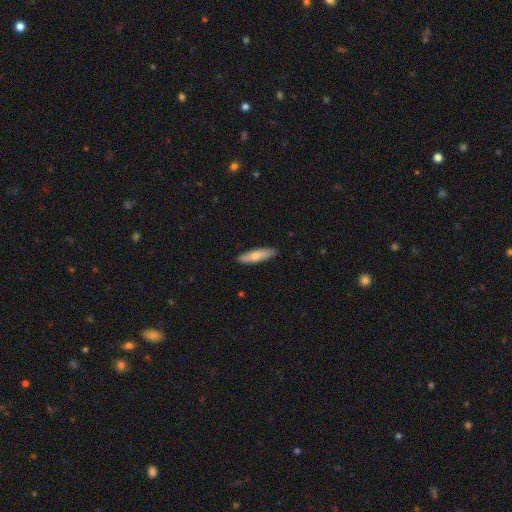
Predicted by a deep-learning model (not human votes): Smooth or featured? Predicted: smooth (p=0.73). How rounded? Predicted: cigar-shaped (p=0.72). Merging? Predicted: none (p=0.89).